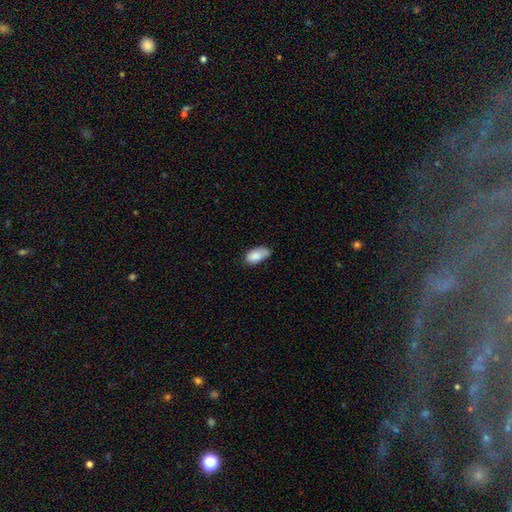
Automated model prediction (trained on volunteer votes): Morphology: type=smooth (82%); roundness=in between (93%); merging=none (50%).